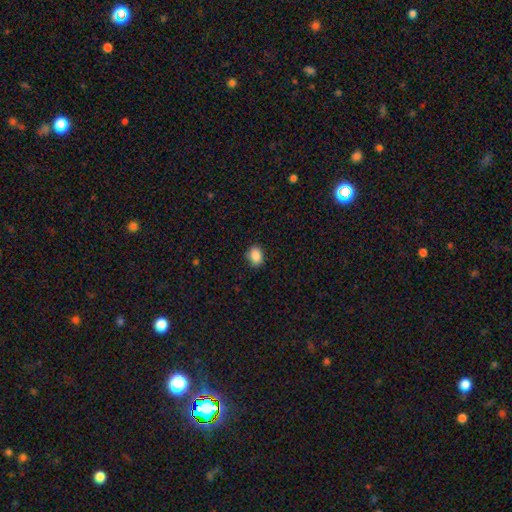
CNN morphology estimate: Overall: smooth (88%). How rounded: in between (66%; round 33%). Merging: none (85%).